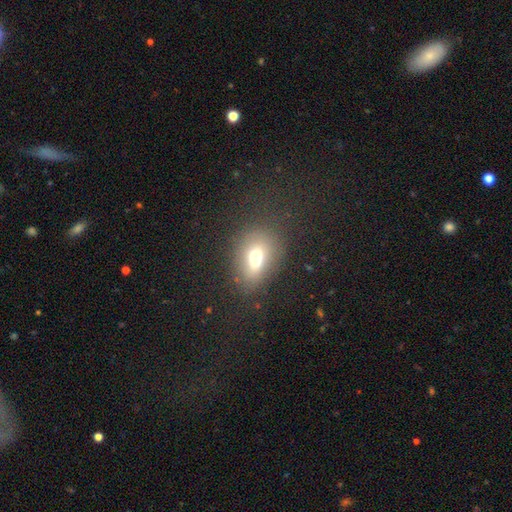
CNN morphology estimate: Smooth or featured? Predicted: smooth (p=0.65). How rounded? Predicted: in between (p=0.67). Merging? Predicted: none (p=0.45).